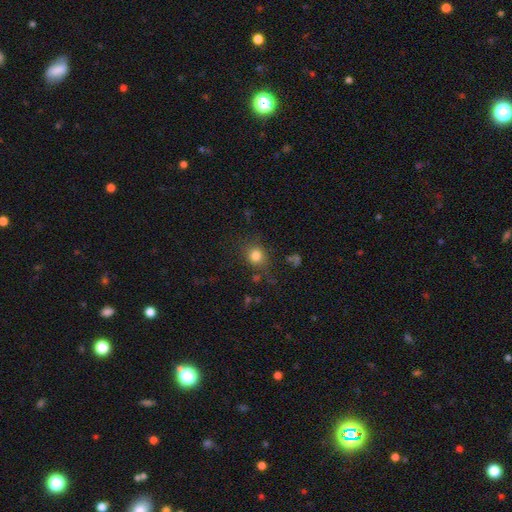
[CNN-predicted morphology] This appears to be a smooth galaxy with no disk features (81%) that is round (78%). Merging: none (74%).